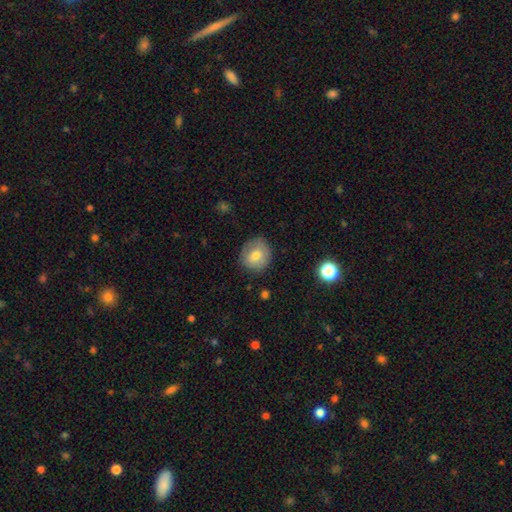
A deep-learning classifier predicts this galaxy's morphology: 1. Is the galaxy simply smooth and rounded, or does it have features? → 74% smooth, 18% featured or disk, 8% star or artifact.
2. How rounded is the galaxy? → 82% round, 17% in between, 1% cigar-shaped.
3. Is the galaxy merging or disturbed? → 77% none, 18% minor disturbance, 4% major disturbance, 1% merger.